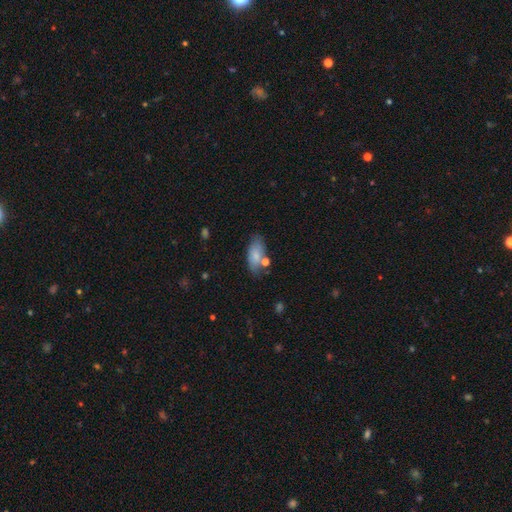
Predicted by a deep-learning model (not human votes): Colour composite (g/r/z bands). It shows a smooth galaxy with no disk features (80%) that is in between round and cigar-shaped (87%). Merging: none (66%).